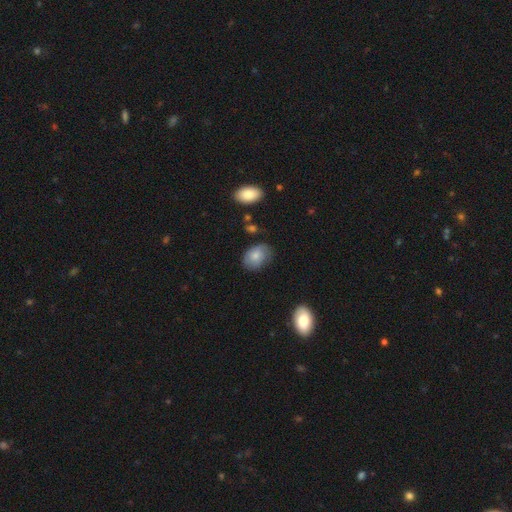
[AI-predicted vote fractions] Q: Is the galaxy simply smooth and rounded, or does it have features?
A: smooth — 76%.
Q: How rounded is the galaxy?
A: in between — 77%.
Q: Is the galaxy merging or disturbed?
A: none — 64%.